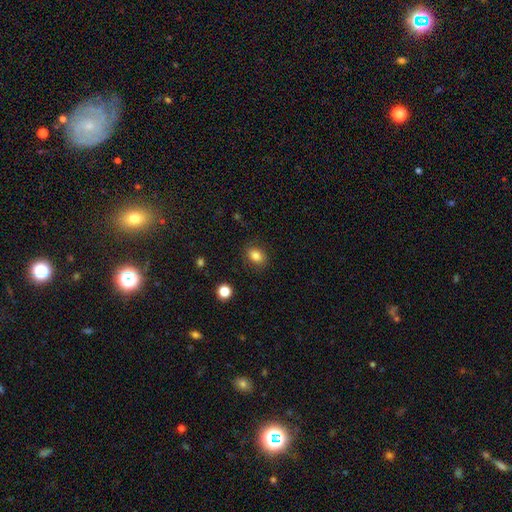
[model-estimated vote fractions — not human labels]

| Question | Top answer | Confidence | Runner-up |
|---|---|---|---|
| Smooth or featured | smooth | 84% | star or artifact (10%) |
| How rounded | in between | 68% | round (31%) |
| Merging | none | 85% | minor disturbance (11%) |